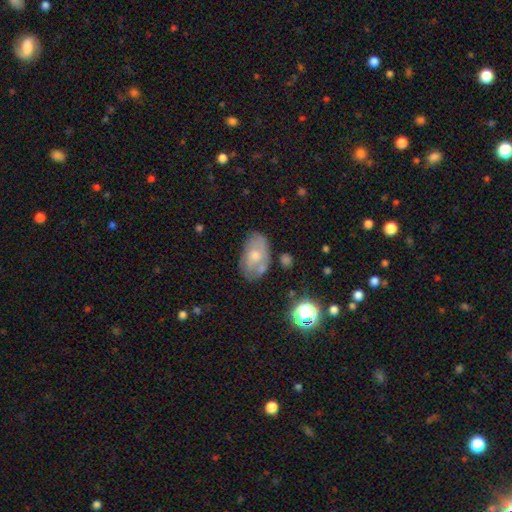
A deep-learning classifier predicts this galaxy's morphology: Smooth or featured? Predicted: smooth (p=0.51). How rounded? Predicted: in between (p=0.89). Merging? Predicted: none (p=0.60).